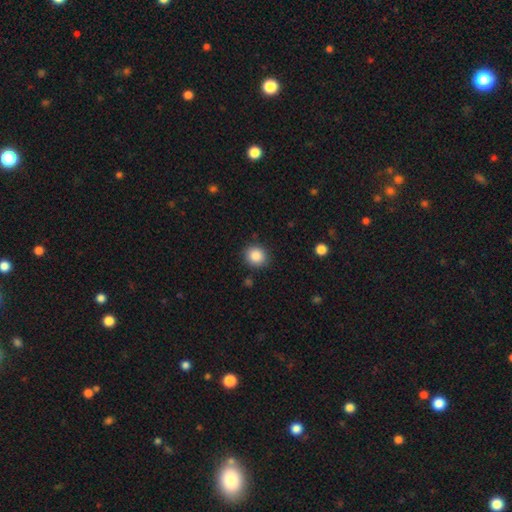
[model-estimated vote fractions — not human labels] smooth 87%, star or artifact 9%, featured or disk 4%. Down the decision tree: how rounded — round (84%); merging — none (87%).